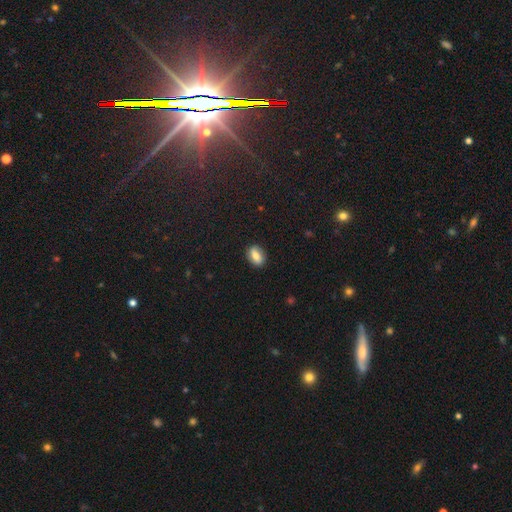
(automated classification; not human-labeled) smooth-or-featured: smooth: 70% | featured or disk: 21% | star or artifact: 9%
  how-rounded: in between: 74% | round: 23% | cigar-shaped: 4%
  merging: none: 87% | minor disturbance: 10% | major disturbance: 2% | merger: 1%